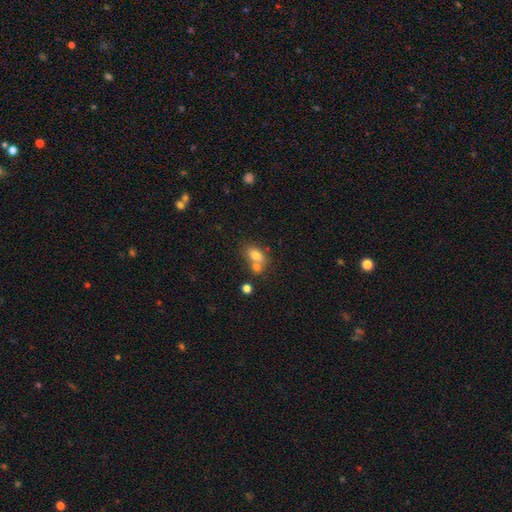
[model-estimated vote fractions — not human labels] This appears to be a smooth galaxy with no disk features (76%) that is in between round and cigar-shaped (72%). Merging: merger (45%).